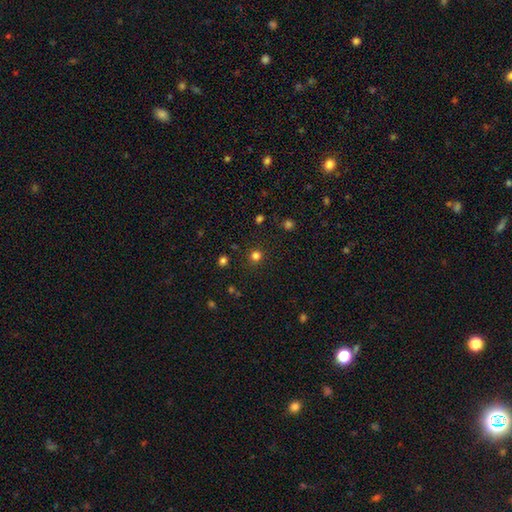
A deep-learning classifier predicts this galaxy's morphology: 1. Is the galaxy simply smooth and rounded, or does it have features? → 79% smooth, 17% star or artifact, 4% featured or disk.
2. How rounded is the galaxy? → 92% round, 7% in between, 1% cigar-shaped.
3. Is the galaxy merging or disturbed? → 90% none, 6% minor disturbance, 2% major disturbance, 2% merger.